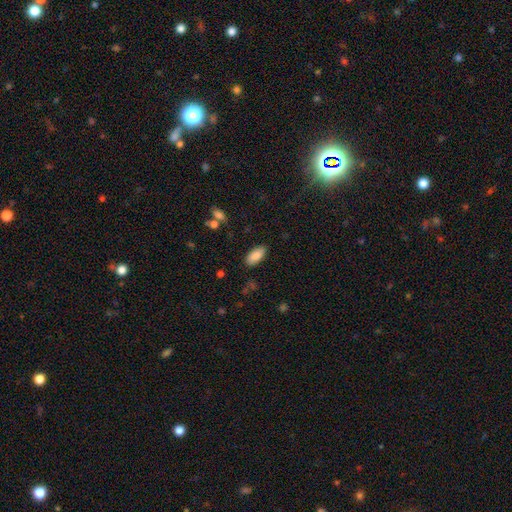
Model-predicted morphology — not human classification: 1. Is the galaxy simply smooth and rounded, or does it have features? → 87% smooth, 7% star or artifact, 6% featured or disk.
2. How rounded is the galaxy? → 90% in between, 8% cigar-shaped, 2% round.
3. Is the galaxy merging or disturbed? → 85% none, 10% minor disturbance, 3% major disturbance, 2% merger.